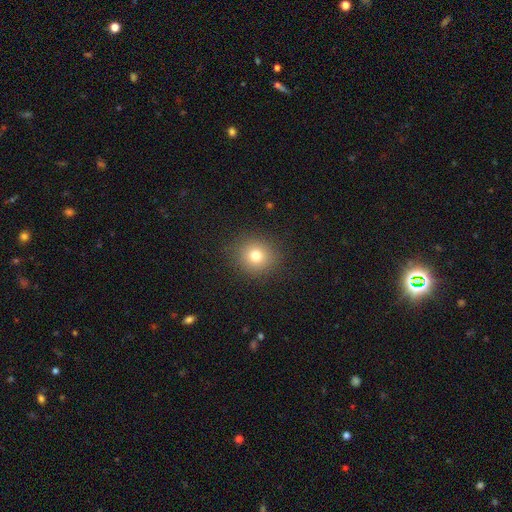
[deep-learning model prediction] smooth 77%, star or artifact 14%, featured or disk 9%. Down the decision tree: how rounded — round (89%); merging — none (89%).